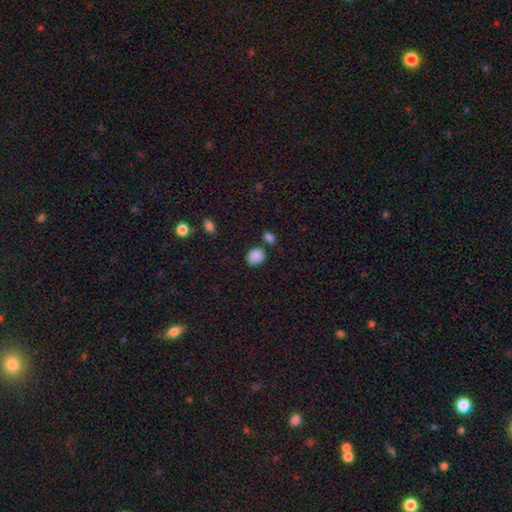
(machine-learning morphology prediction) Smooth or featured: smooth — 87% (star or artifact — 9%)
How rounded: round — 65% (in between — 34%)
Merging: none — 71% (minor disturbance — 15%)